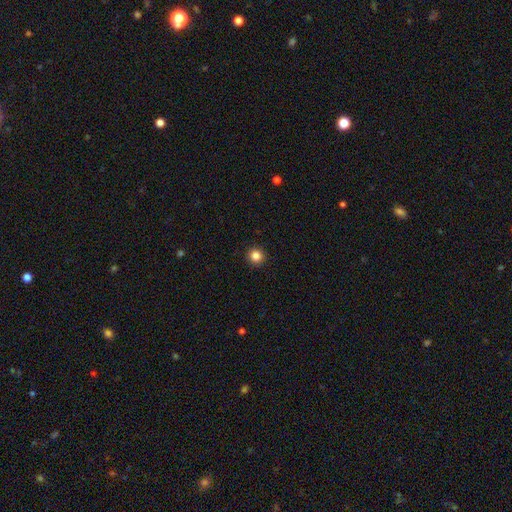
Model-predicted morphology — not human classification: This appears to be a smooth galaxy with no disk features (85%) that is round (95%). Merging: none (93%).